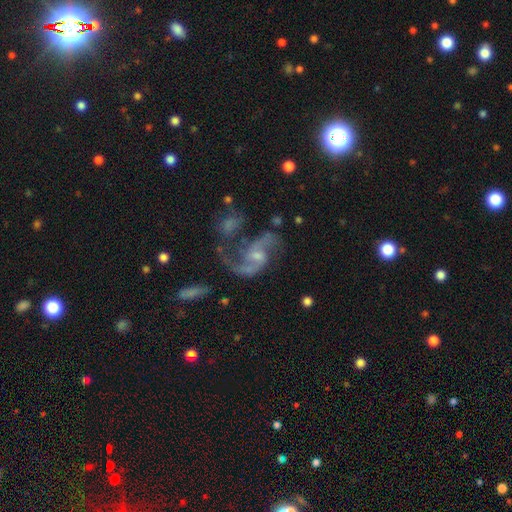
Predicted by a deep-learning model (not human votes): This is clearly a featured or disk galaxy (86%). It is clearly not viewed edge-on (98%). Bar: possibly no (48%). Spiral arm pattern: clearly yes (95%). Spiral arm count: clearly 2 (86%). Spiral winding: likely loose (60%). Central bulge: possibly small (54%). Merging: marginally none (43%).